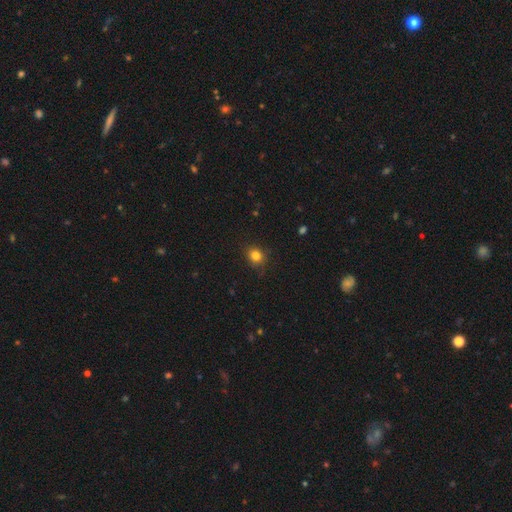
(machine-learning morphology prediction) Overall: smooth (82%). How rounded: round (76%). Merging: none (84%).